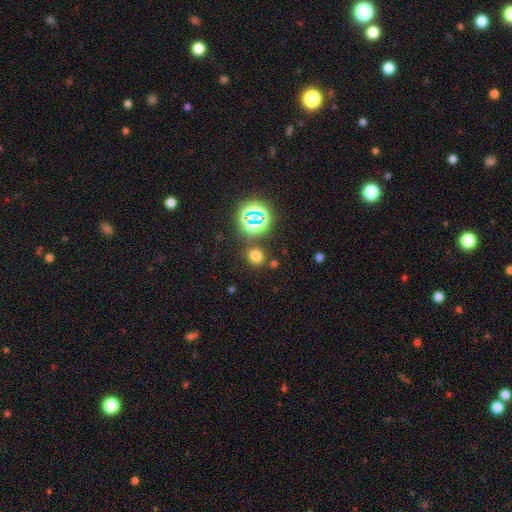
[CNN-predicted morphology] This is likely a smooth galaxy (68%). How rounded: likely round (77%). Merging: clearly none (82%).